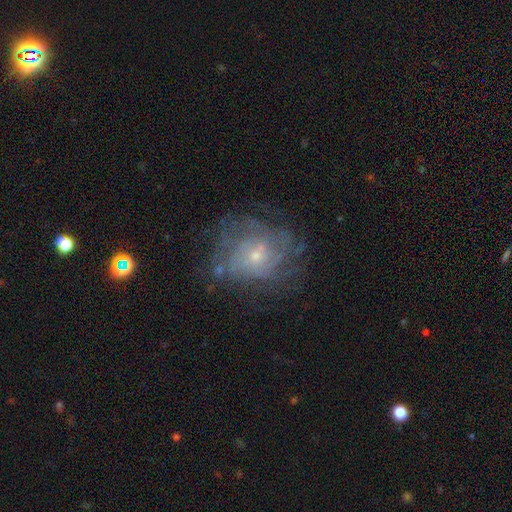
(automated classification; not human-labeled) Overall: featured or disk (71%). Edge-on disk: no (97%). Bar: no (75%). Spiral arms: yes (76%). Spiral arm count: can't tell (56%). Spiral winding: tight (53%; medium 33%). Bulge size: small (70%). Merging: none (64%).